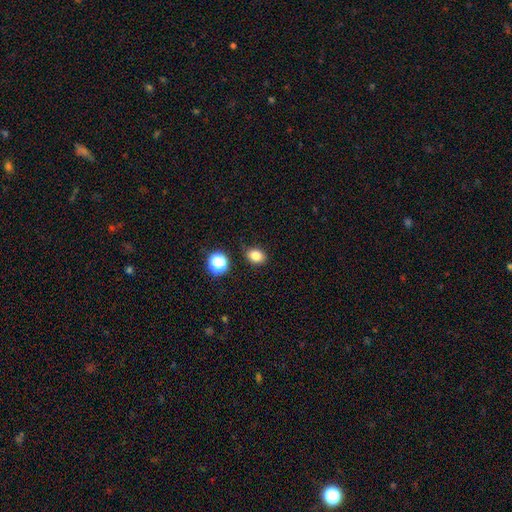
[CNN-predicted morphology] Q: Smooth or featured?
A: smooth (81%); runner-up: star or artifact (13%)
Q: How rounded?
A: in between (61%); runner-up: round (38%)
Q: Merging?
A: none (82%); runner-up: minor disturbance (12%)